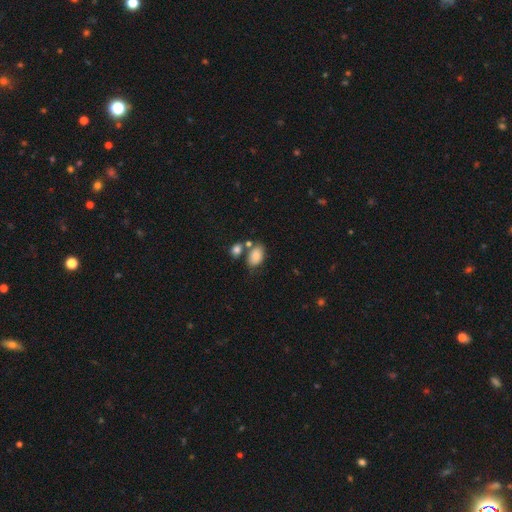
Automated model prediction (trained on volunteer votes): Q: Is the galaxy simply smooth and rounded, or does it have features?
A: smooth — 84%.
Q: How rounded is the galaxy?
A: in between — 88%.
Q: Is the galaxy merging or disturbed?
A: none — 52%.